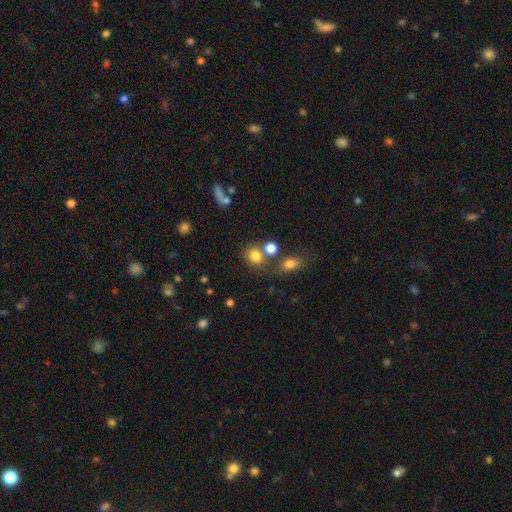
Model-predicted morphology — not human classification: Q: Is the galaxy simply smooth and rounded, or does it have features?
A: smooth — 80%.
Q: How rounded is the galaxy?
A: round — 74%.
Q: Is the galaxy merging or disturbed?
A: none — 58%.